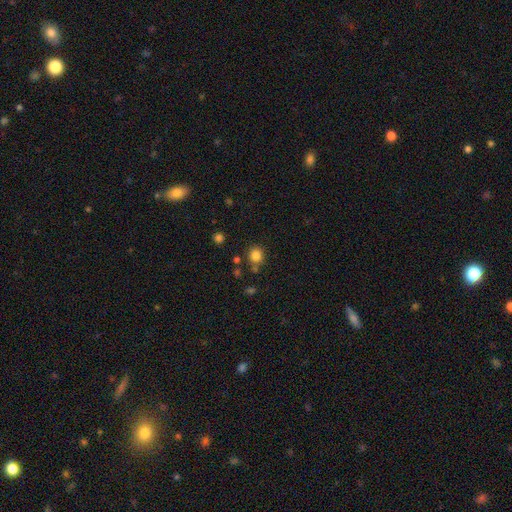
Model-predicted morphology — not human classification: This appears to be a smooth galaxy with no disk features (82%) that is round (86%). Merging: none (79%).